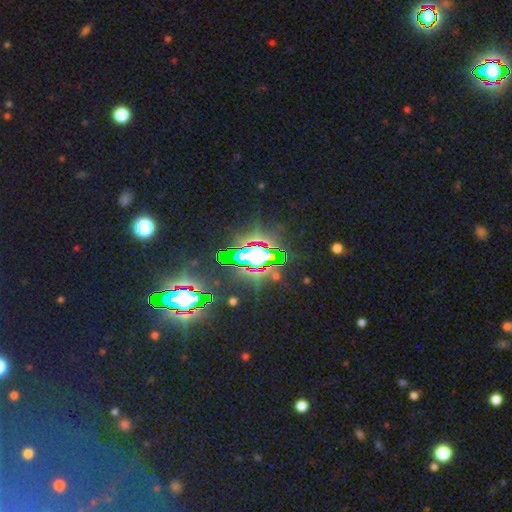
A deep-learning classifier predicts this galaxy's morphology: smooth-or-featured: star or artifact: 75% | smooth: 14% | featured or disk: 11%